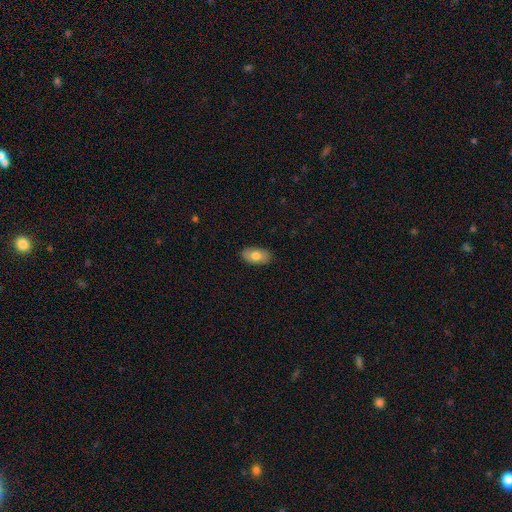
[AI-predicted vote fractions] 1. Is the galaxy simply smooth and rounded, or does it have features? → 75% smooth, 19% featured or disk, 7% star or artifact.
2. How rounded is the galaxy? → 93% in between, 4% round, 2% cigar-shaped.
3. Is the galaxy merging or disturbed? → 86% none, 11% minor disturbance, 2% major disturbance, 1% merger.